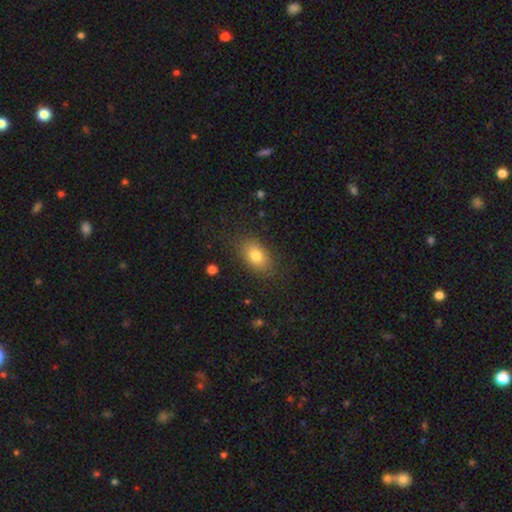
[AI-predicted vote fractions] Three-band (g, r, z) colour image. It shows a smooth galaxy with no disk features (78%) that is in between round and cigar-shaped (84%). Merging: none (82%).